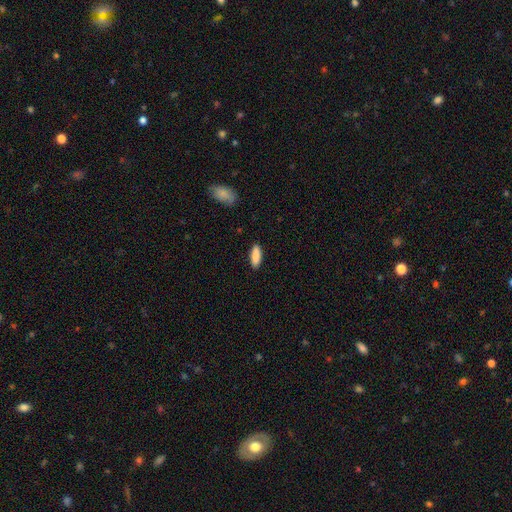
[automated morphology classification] smooth-or-featured: smooth: 87% | featured or disk: 7% | star or artifact: 6%
  how-rounded: in between: 60% | cigar-shaped: 39% | round: 2%
  merging: none: 88% | minor disturbance: 9% | major disturbance: 2% | merger: 1%